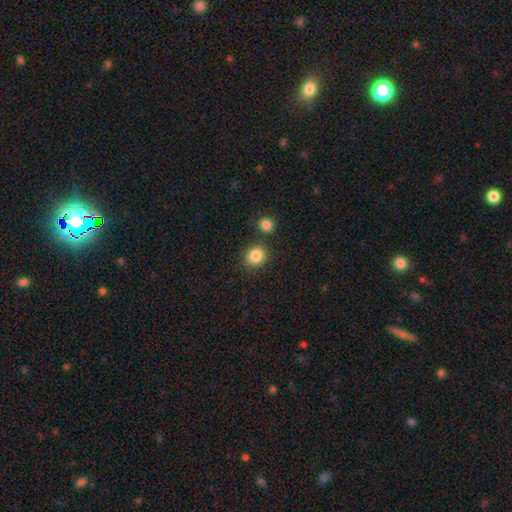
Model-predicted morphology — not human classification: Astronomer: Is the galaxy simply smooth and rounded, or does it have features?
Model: smooth — 86%.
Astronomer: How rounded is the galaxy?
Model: round — 73%.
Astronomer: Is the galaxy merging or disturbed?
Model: none — 78%.